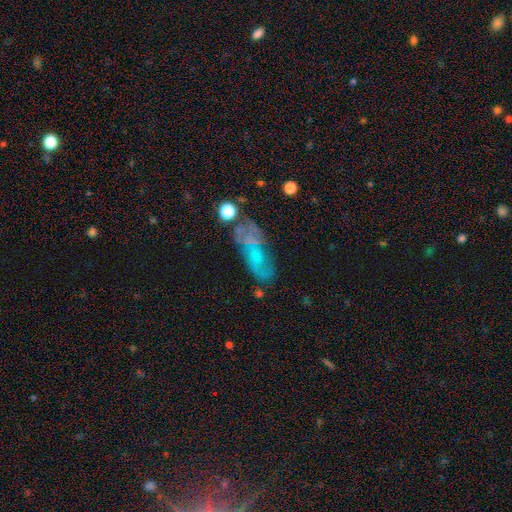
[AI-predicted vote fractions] Morphology: type=featured or disk (52%); edge-on=no (88%); merging=none (52%).